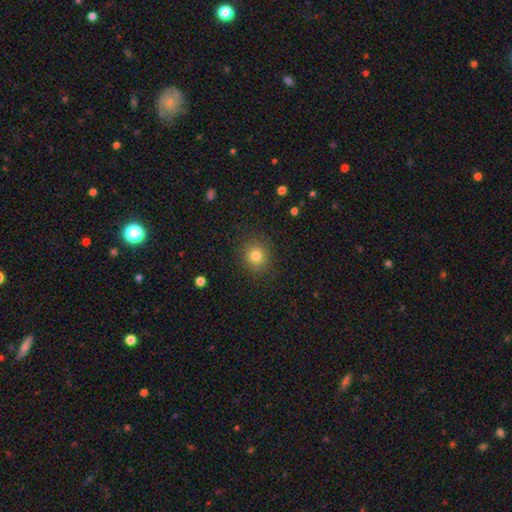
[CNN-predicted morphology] smooth-or-featured: smooth: 81% | star or artifact: 12% | featured or disk: 7%
  how-rounded: round: 85% | in between: 14% | cigar-shaped: 1%
  merging: none: 88% | minor disturbance: 8% | major disturbance: 3% | merger: 1%